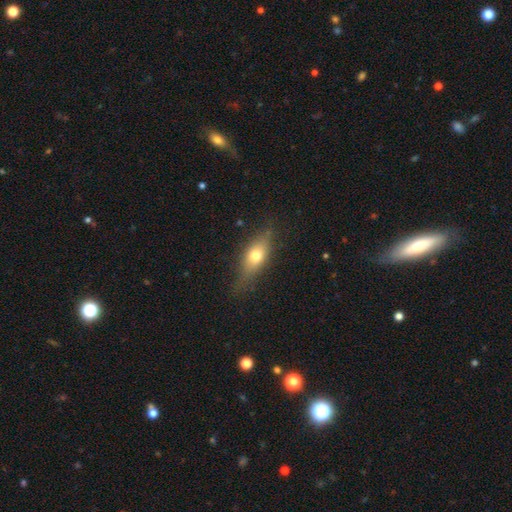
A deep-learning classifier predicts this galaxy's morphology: type=smooth (63%); roundness=in between (67%); merging=none (74%).